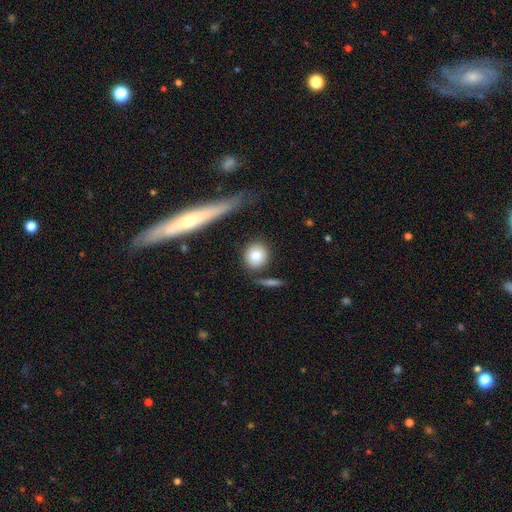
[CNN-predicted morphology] Smooth or featured? smooth (80%)
How rounded? round (84%)
Merging? none (82%)